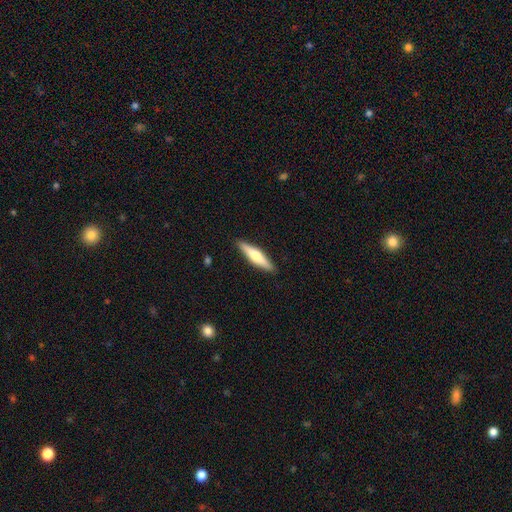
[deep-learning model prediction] smooth 49%, featured or disk 46%, star or artifact 5%. Down the decision tree: merging — none (90%).